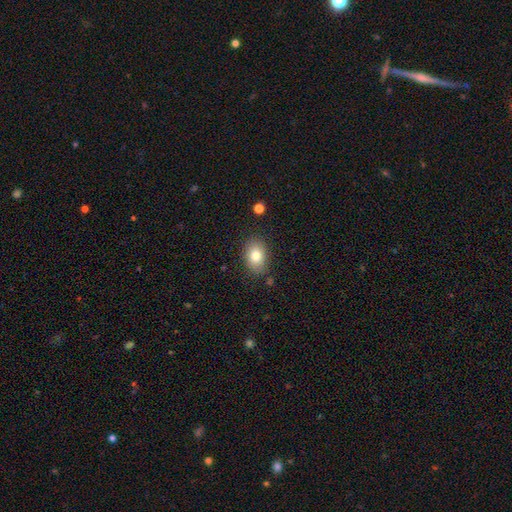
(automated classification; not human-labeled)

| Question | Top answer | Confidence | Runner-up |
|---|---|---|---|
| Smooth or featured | smooth | 81% | featured or disk (10%) |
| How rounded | in between | 78% | round (21%) |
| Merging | none | 83% | minor disturbance (12%) |